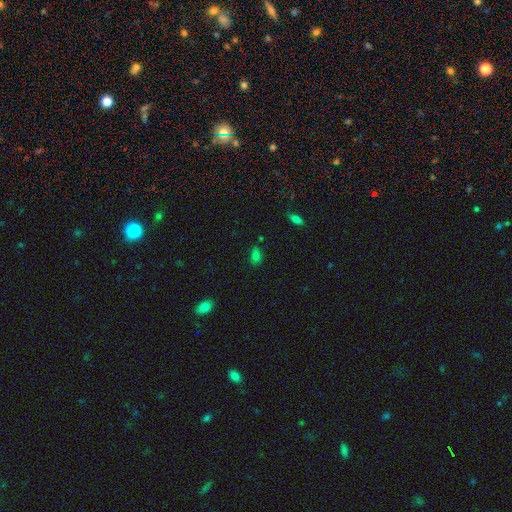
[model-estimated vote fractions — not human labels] The model was most divided on "smooth or featured": smooth: 71%, star or artifact: 21%, featured or disk: 8%. More confident: how rounded — in between (82%); merging — none (74%).